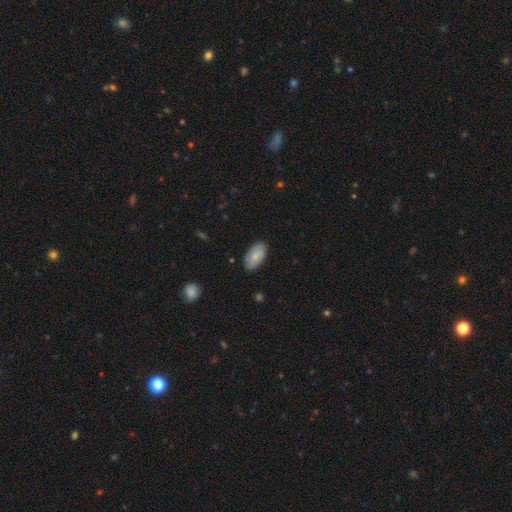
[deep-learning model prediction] The model was most divided on "smooth or featured": smooth: 74%, featured or disk: 19%, star or artifact: 6%. More confident: how rounded — in between (94%); merging — none (83%).